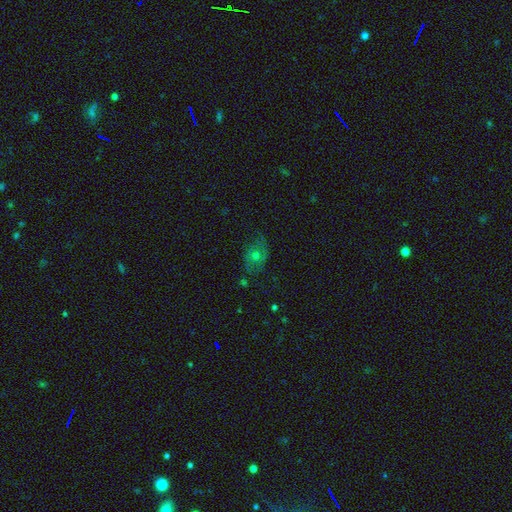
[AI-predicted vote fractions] This is possibly a featured or disk galaxy (50%). It is clearly not viewed edge-on (94%). Merging: likely none (67%).